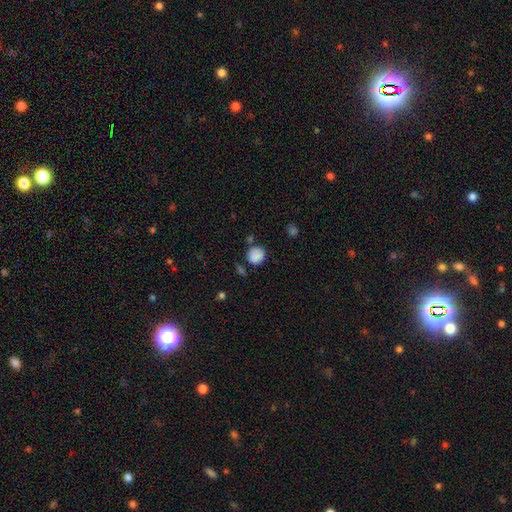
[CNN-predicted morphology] Smooth or featured? Predicted: smooth (p=0.86). How rounded? Predicted: round (p=0.85). Merging? Predicted: none (p=0.72).